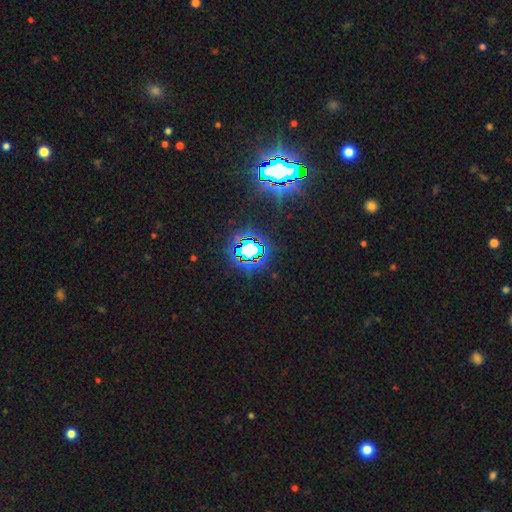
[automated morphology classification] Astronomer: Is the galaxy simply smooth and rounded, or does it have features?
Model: star or artifact — 72%.